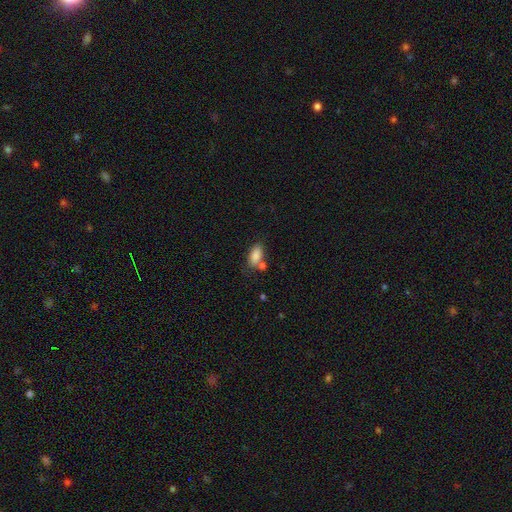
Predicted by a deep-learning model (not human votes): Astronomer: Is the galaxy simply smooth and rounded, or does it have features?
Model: smooth — 85%.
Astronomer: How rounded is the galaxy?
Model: in between — 88%.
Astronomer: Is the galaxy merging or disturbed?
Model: none — 59%.